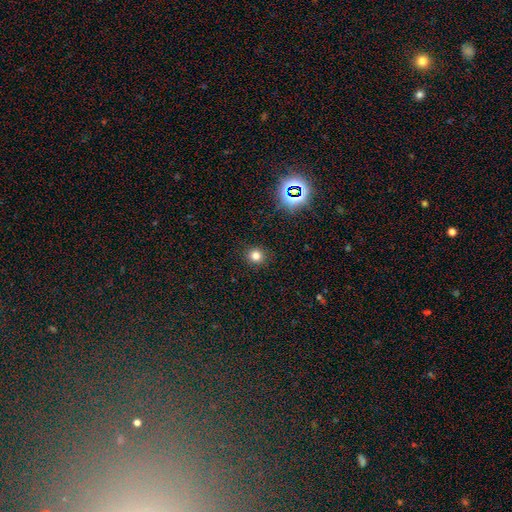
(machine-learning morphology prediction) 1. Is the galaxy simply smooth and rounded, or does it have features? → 76% smooth, 18% star or artifact, 6% featured or disk.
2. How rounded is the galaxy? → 88% round, 11% in between, 1% cigar-shaped.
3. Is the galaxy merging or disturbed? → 90% none, 6% minor disturbance, 2% major disturbance, 1% merger.